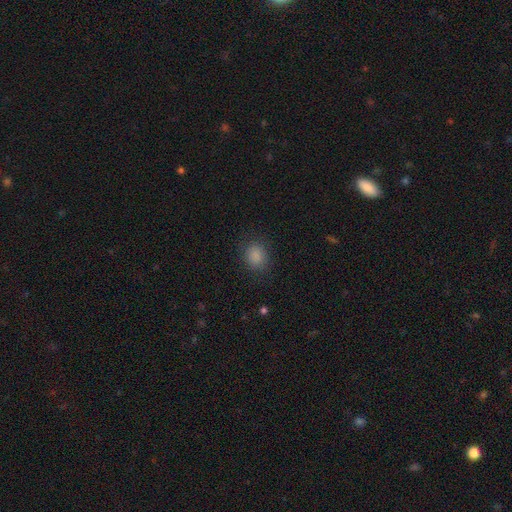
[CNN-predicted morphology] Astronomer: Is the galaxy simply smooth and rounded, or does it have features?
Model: smooth — 86%.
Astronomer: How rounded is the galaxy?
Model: round — 63%.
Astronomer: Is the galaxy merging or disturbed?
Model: none — 83%.